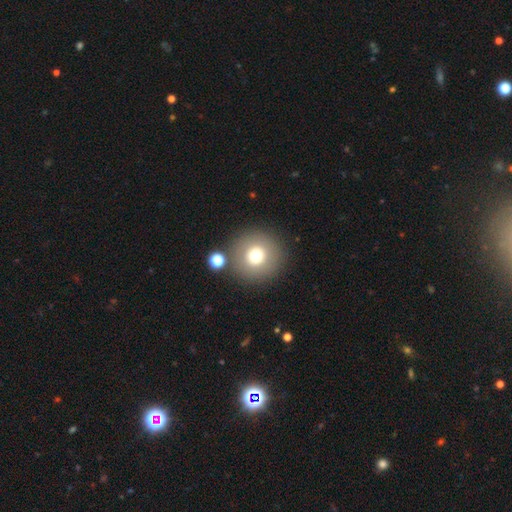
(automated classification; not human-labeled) smooth_or_featured: smooth (p=0.71) [alt: featured or disk p=0.16]
how_rounded: round (p=0.96) [alt: in between p=0.03]
merging: none (p=0.84) [alt: minor disturbance p=0.07]